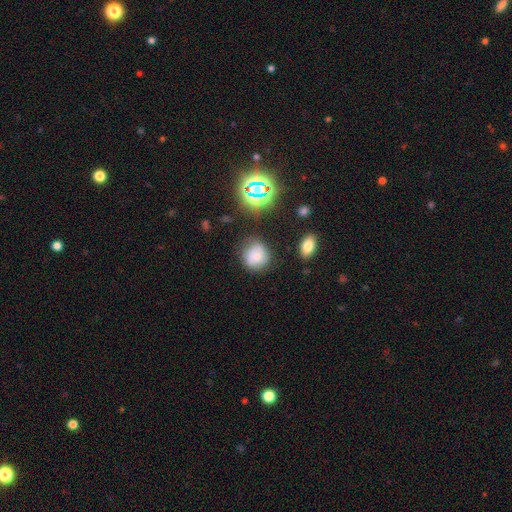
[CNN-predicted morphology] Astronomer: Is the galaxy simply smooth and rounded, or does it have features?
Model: smooth — 67%.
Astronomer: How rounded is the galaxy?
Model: round — 82%.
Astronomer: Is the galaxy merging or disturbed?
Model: none — 68%.